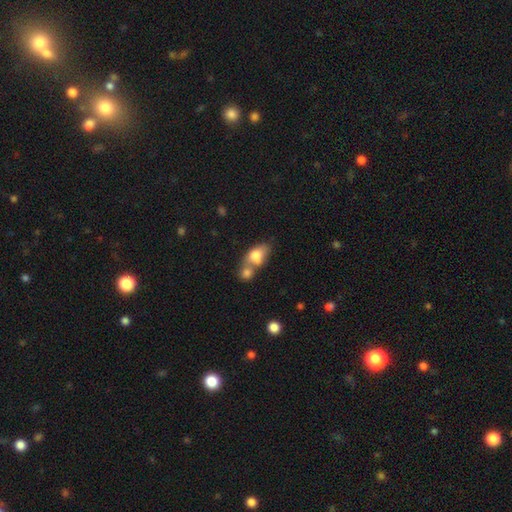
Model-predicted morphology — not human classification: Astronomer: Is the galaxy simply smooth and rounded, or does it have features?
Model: smooth — 75%.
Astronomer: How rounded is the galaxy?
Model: in between — 78%.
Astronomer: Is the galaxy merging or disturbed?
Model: merger — 60%.